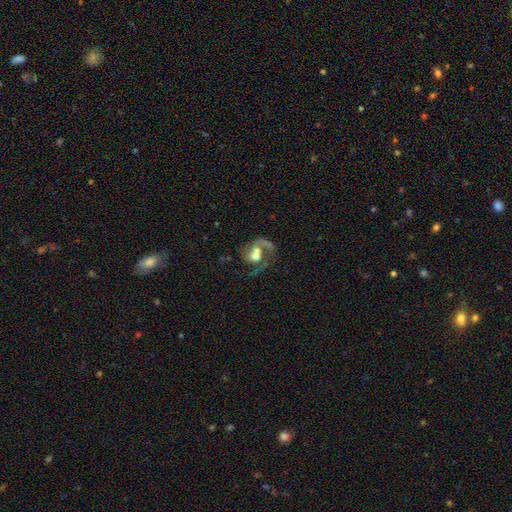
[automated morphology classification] smooth_or_featured: featured or disk (p=0.67) [alt: smooth p=0.24]
disk_edge_on: no (p=0.97) [alt: yes p=0.03]
bar: no (p=0.66) [alt: weak p=0.26]
has_spiral_arms: yes (p=0.80) [alt: no p=0.20]
spiral_winding: loose (p=0.47) [alt: medium p=0.38]
spiral_arm_count: 1 (p=0.56) [alt: 2 p=0.33]
bulge_size: moderate (p=0.46) [alt: large p=0.31]
merging: merger (p=0.45) [alt: major disturbance p=0.23]